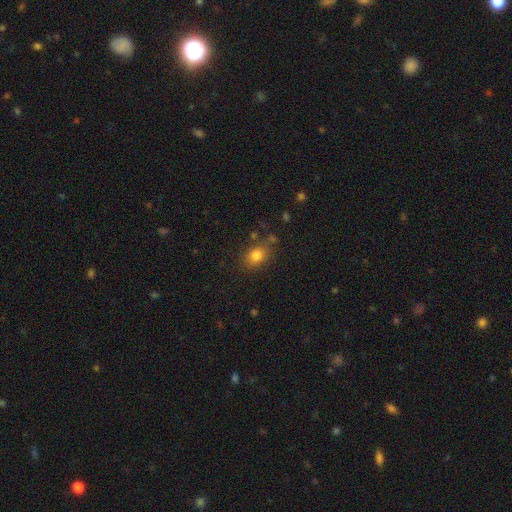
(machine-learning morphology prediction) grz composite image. It shows a smooth galaxy with no disk features (81%) that is in between round and cigar-shaped (53%). Merging: none (70%).